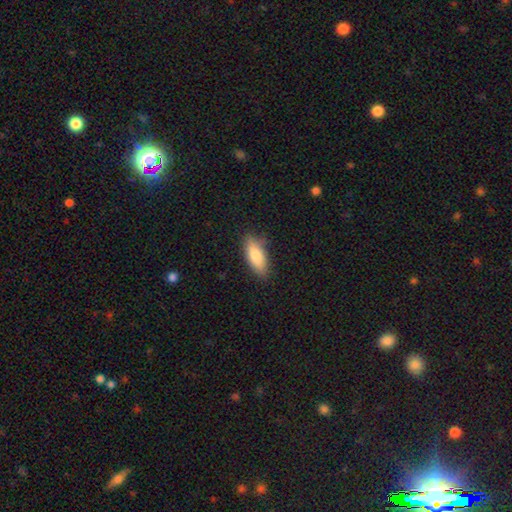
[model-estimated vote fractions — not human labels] Smooth or featured? Predicted: smooth (p=0.81). How rounded? Predicted: in between (p=0.70). Merging? Predicted: none (p=0.82).